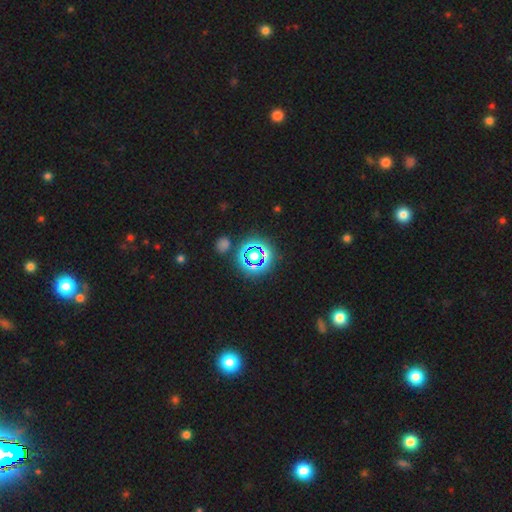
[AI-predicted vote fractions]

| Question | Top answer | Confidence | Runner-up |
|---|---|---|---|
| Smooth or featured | star or artifact | 68% | smooth (21%) |